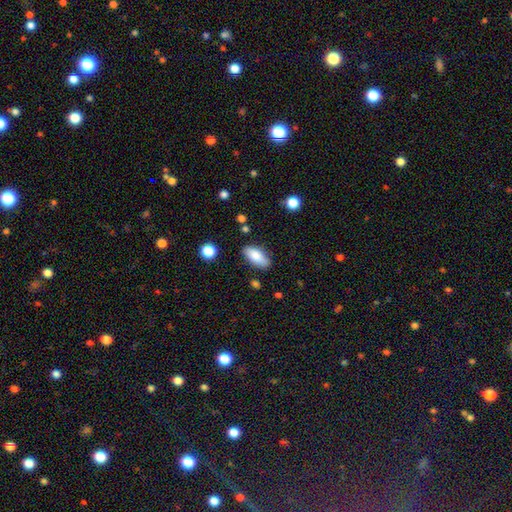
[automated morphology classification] This appears to be a smooth galaxy with no disk features (82%) that is in between round and cigar-shaped (86%). Merging: none (81%).